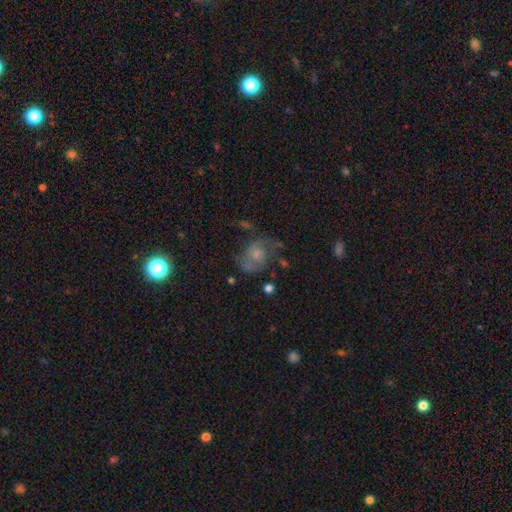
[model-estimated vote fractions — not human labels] A featured or disk galaxy (63%) with no bar (73%), 2 (66%) medium (47%) spiral arms (84%) and a small central bulge (55%).

Vote fractions:
- Smooth or featured? featured or disk: 63% / smooth: 24% / star or artifact: 14%
- Edge-on disk? no: 97% / yes: 3%
- Bar? no: 73% / weak: 24% / strong: 4%
- Spiral arms? yes: 84% / no: 16%
- Spiral winding? medium: 47% / loose: 29% / tight: 24%
- Spiral arm count? 2: 66% / can't tell: 17% / 1: 9% / 3: 4% / 4: 2% / more than 4: 2%
- Bulge size? small: 55% / moderate: 30% / none: 10% / large: 3% / dominant: 1%
- Merging? none: 52% / minor disturbance: 23% / major disturbance: 21% / merger: 4%